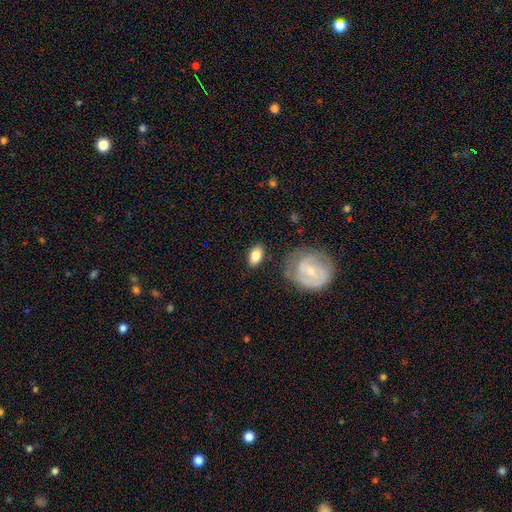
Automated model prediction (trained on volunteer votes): Smooth or featured: smooth — 80% (featured or disk — 14%)
How rounded: in between — 88% (round — 9%)
Merging: none — 78% (minor disturbance — 14%)